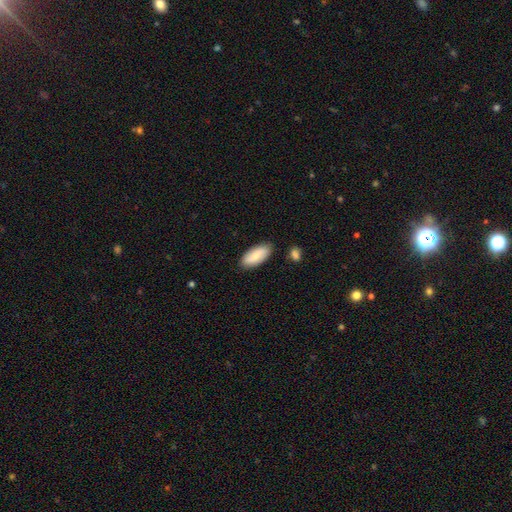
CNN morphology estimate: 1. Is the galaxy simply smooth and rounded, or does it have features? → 78% smooth, 16% featured or disk, 6% star or artifact.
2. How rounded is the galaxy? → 86% in between, 12% cigar-shaped, 2% round.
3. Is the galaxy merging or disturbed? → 85% none, 10% minor disturbance, 2% merger, 2% major disturbance.